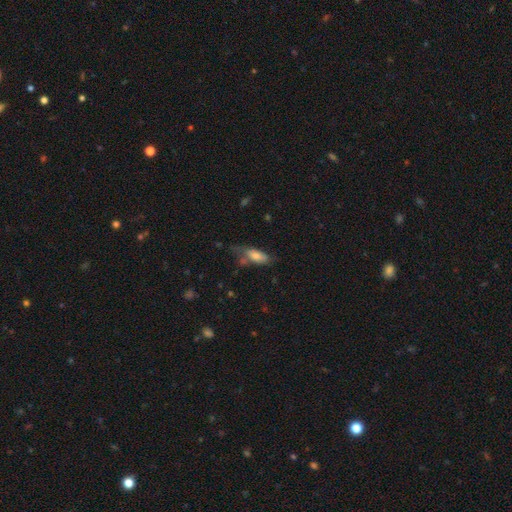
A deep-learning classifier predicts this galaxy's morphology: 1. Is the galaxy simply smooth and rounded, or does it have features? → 68% smooth, 24% featured or disk, 8% star or artifact.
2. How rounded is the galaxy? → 72% in between, 25% cigar-shaped, 3% round.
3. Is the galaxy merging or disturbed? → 43% none, 31% minor disturbance, 17% major disturbance, 9% merger.